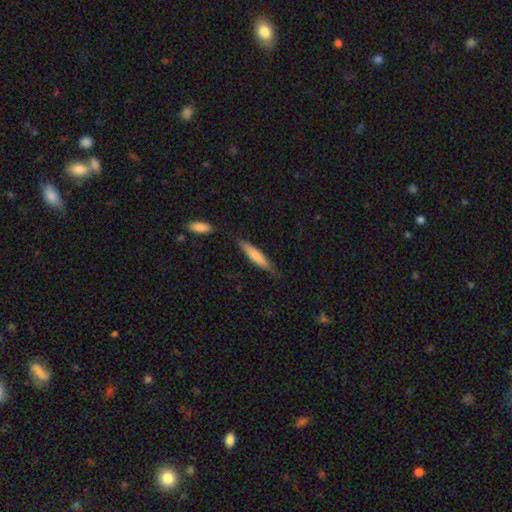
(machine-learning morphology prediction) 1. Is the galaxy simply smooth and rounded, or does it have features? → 67% smooth, 28% featured or disk, 6% star or artifact.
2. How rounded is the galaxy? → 84% cigar-shaped, 14% in between, 1% round.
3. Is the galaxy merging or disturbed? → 75% none, 18% minor disturbance, 4% major disturbance, 4% merger.